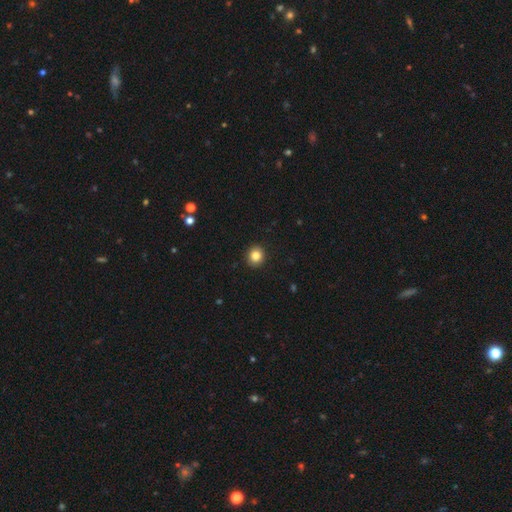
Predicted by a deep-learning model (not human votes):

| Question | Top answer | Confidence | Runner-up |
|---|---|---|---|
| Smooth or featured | smooth | 84% | star or artifact (10%) |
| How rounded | round | 85% | in between (14%) |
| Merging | none | 93% | minor disturbance (5%) |